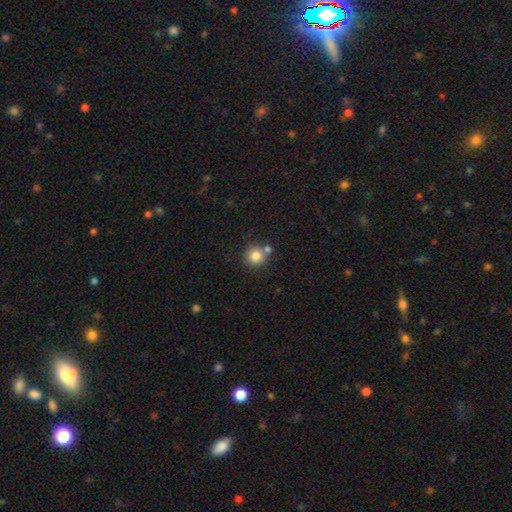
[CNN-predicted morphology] smooth 82%, star or artifact 11%, featured or disk 7%. Down the decision tree: how rounded — round (92%); merging — none (65%).